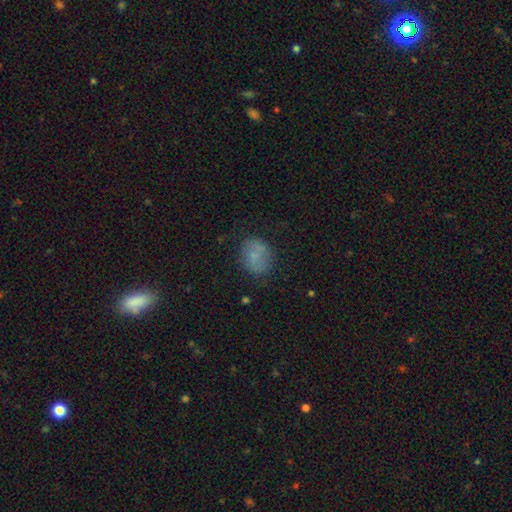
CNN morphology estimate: Smooth or featured: smooth — 71% (featured or disk — 17%)
How rounded: round — 50% (in between — 48%)
Merging: none — 73% (minor disturbance — 17%)